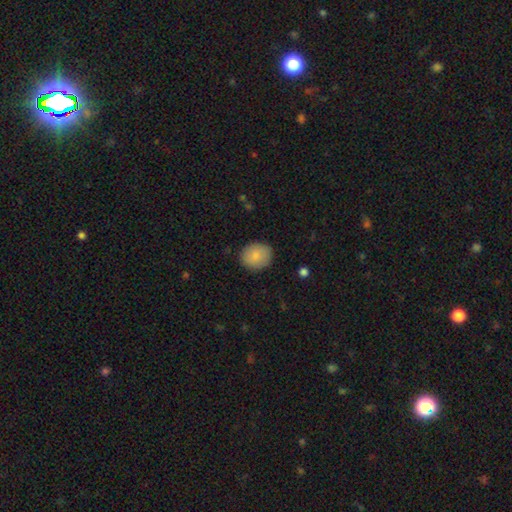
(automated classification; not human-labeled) Overall: smooth (86%). How rounded: round (69%; in between 30%). Merging: none (84%).